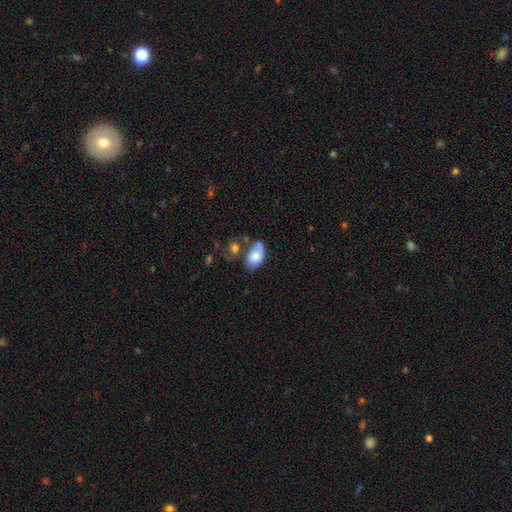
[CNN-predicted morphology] A smooth galaxy with no disk features (71%) that is in between round and cigar-shaped (93%). Merging: none (43%).